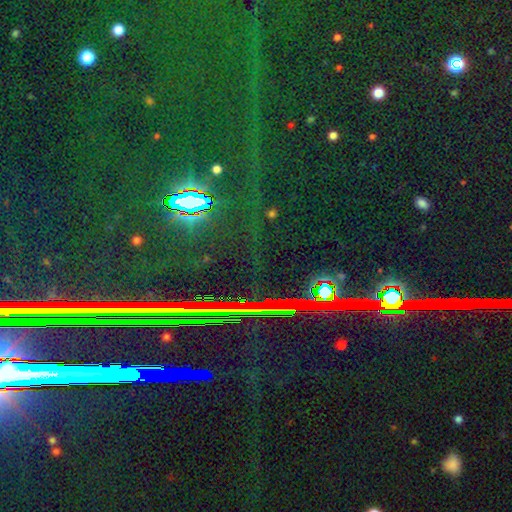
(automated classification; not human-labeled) Q: Smooth or featured?
A: star or artifact (85%); runner-up: featured or disk (8%)